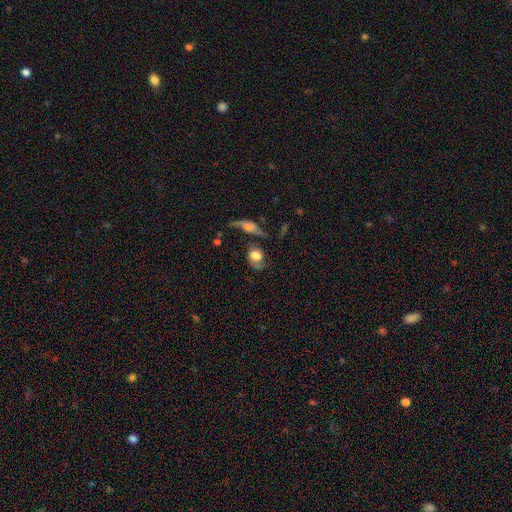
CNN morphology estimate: Q: Smooth or featured?
A: smooth (51%); runner-up: featured or disk (41%)
Q: How rounded?
A: round (52%); runner-up: in between (46%)
Q: Merging?
A: none (38%); runner-up: major disturbance (23%)